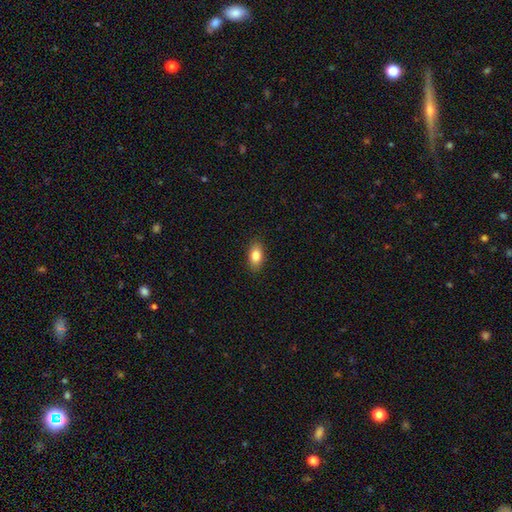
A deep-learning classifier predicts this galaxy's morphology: Smooth or featured: smooth — 83% (featured or disk — 9%)
How rounded: in between — 89% (round — 7%)
Merging: none — 88% (minor disturbance — 9%)